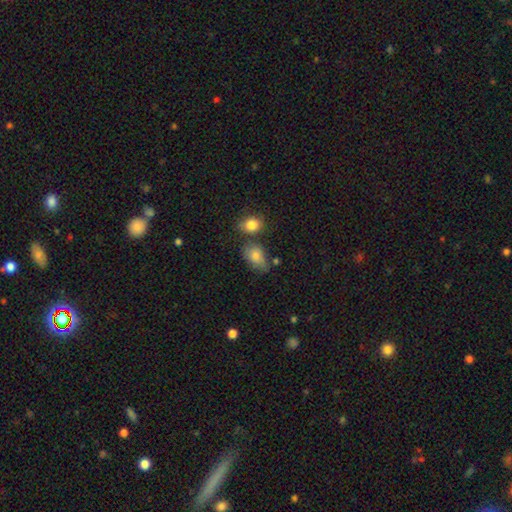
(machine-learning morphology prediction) Smooth or featured?
  - smooth: 79% *
  - featured or disk: 11%
  - star or artifact: 9%
How rounded?
  - in between: 81% *
  - round: 17%
  - cigar-shaped: 2%
Merging?
  - none: 51% *
  - minor disturbance: 26%
  - merger: 16%
  - major disturbance: 8%